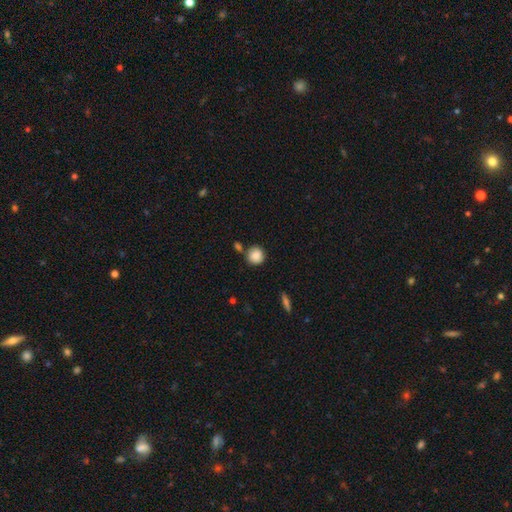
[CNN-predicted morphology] This appears to be a smooth galaxy with no disk features (86%) that is round (92%). Merging: none (76%).